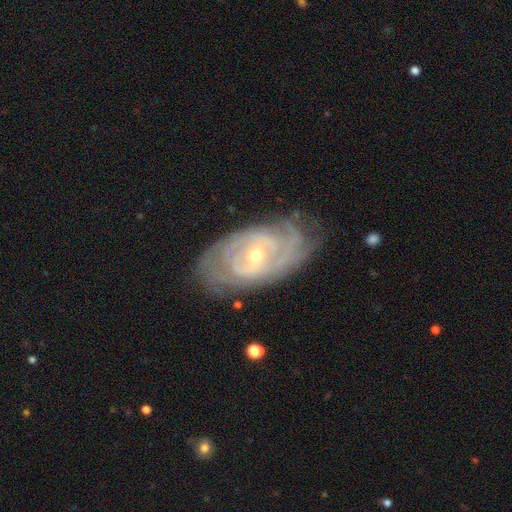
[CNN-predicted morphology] Smooth or featured: featured or disk — 87% (smooth — 8%)
Edge-on disk: no — 94% (yes — 6%)
Bar: no — 44% (weak — 39%)
Spiral arms: yes — 94% (no — 6%)
Spiral winding: tight — 75% (medium — 20%)
Spiral arm count: can't tell — 37% (2 — 26%)
Bulge size: small — 52% (moderate — 46%)
Merging: none — 73% (minor disturbance — 19%)